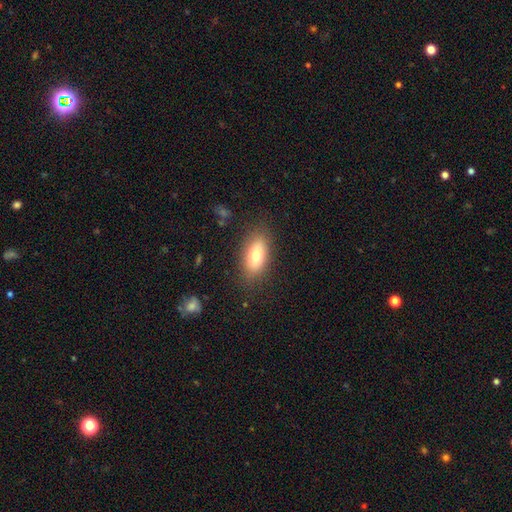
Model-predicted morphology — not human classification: The model was most divided on "smooth or featured": smooth: 75%, featured or disk: 17%, star or artifact: 8%. More confident: merging — none (83%); how rounded — in between (83%).